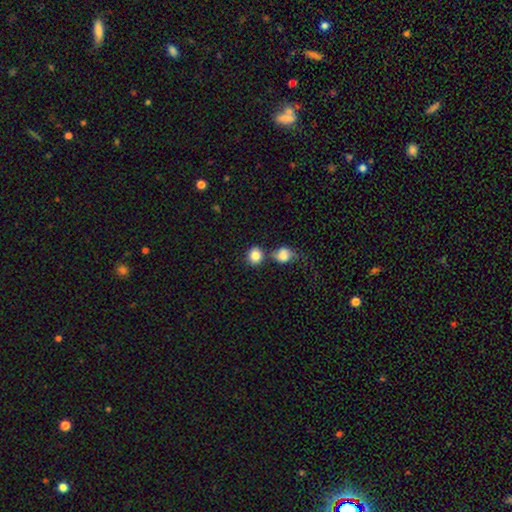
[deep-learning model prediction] Smooth or featured? smooth (85%)
How rounded? round (81%)
Merging? none (62%)